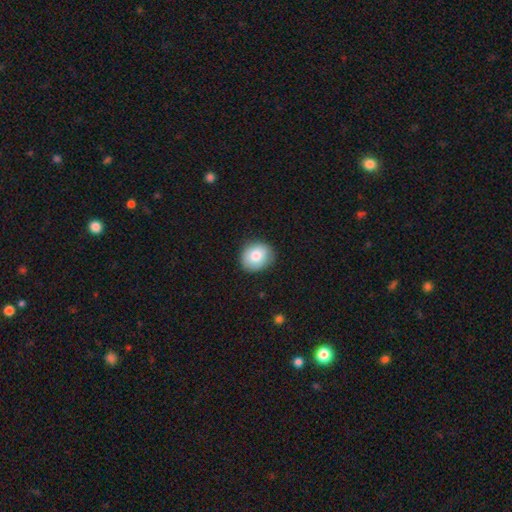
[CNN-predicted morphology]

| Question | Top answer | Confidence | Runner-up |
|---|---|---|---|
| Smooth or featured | smooth | 81% | featured or disk (11%) |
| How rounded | round | 64% | in between (35%) |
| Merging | none | 85% | minor disturbance (11%) |